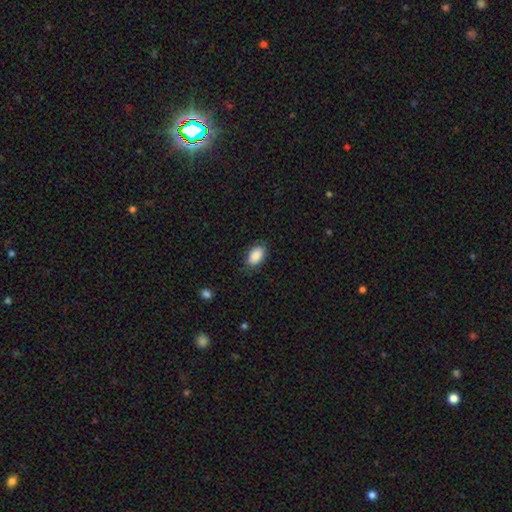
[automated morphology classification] A smooth galaxy with no disk features (89%) that is in between round and cigar-shaped (93%). Merging: none (82%).